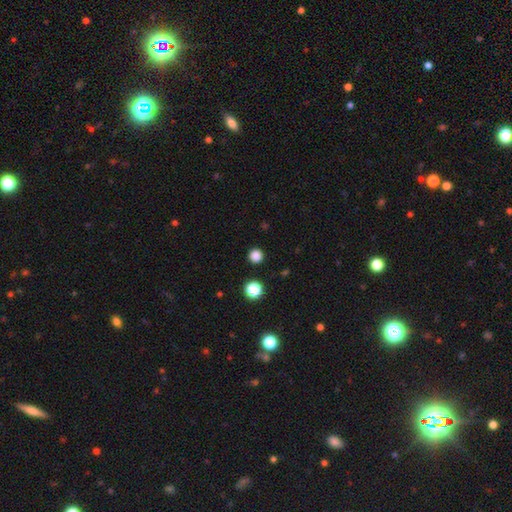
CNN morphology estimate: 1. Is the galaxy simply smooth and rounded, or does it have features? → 83% smooth, 14% star or artifact, 3% featured or disk.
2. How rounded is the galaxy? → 95% round, 4% in between, 1% cigar-shaped.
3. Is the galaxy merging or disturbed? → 92% none, 4% minor disturbance, 2% major disturbance, 2% merger.